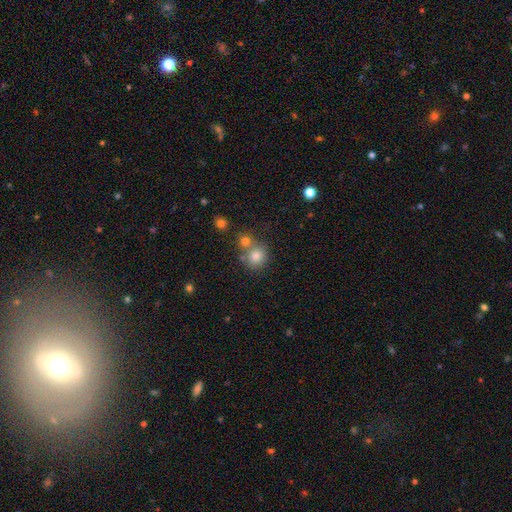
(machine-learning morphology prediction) The model was most divided on "merging": none: 58%, merger: 29%, minor disturbance: 9%, major disturbance: 3%. More confident: how rounded — round (85%); smooth or featured — smooth (79%).